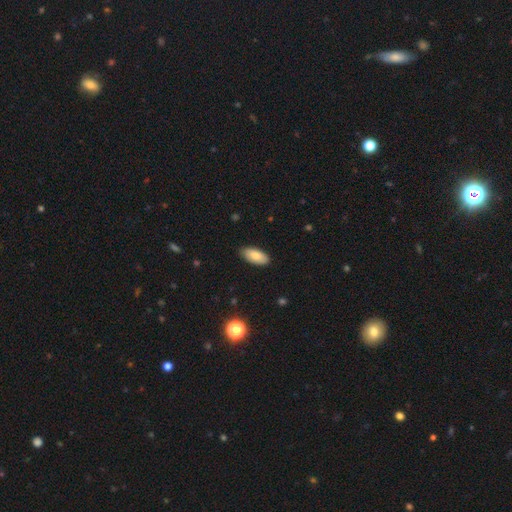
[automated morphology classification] A smooth galaxy with no disk features (81%) that is in between round and cigar-shaped (90%).

Vote fractions:
- Smooth or featured? smooth: 81% / featured or disk: 12% / star or artifact: 7%
- How rounded? in between: 90% / cigar-shaped: 8% / round: 2%
- Merging? none: 86% / minor disturbance: 11% / major disturbance: 2% / merger: 1%